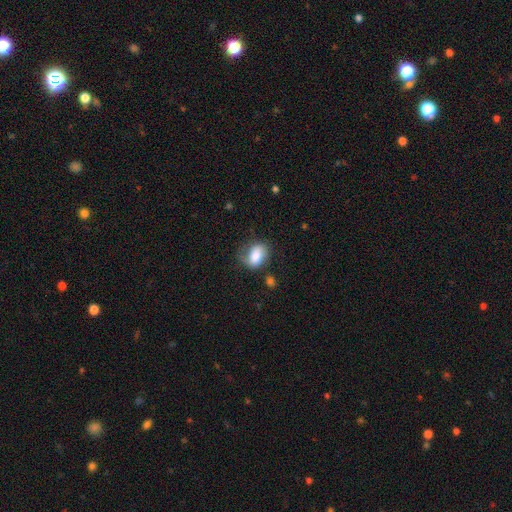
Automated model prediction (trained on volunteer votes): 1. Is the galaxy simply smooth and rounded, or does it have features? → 74% smooth, 19% featured or disk, 8% star or artifact.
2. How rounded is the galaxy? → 73% in between, 26% round, 1% cigar-shaped.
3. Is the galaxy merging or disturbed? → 50% none, 30% minor disturbance, 15% major disturbance, 4% merger.